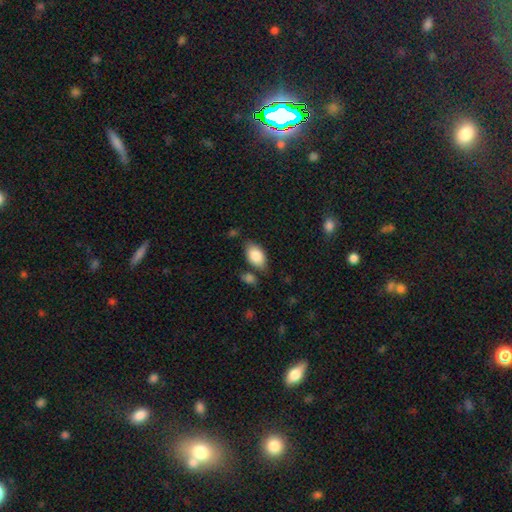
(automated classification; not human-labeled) Smooth or featured?
  - smooth: 86% *
  - featured or disk: 8%
  - star or artifact: 6%
How rounded?
  - in between: 93% *
  - round: 5%
  - cigar-shaped: 2%
Merging?
  - none: 74% *
  - minor disturbance: 15%
  - merger: 7%
  - major disturbance: 4%